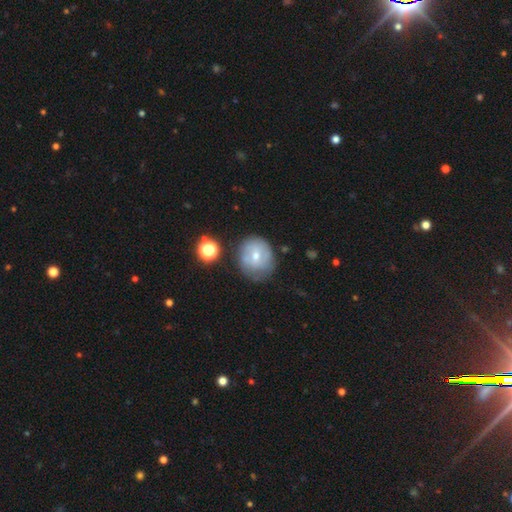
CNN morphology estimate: The model was most divided on "smooth or featured": smooth: 46%, featured or disk: 45%, star or artifact: 9%. More confident: merging — none (62%).